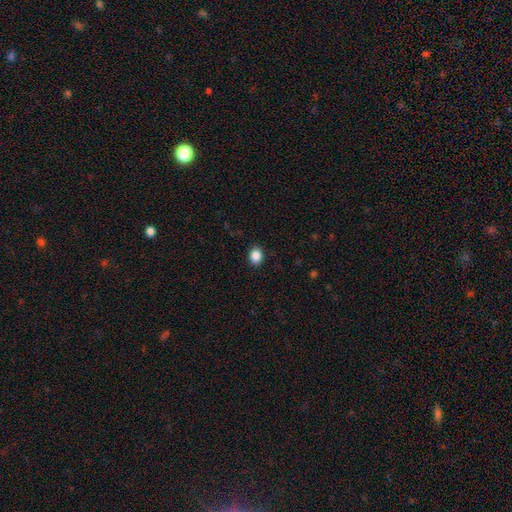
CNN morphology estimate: Overall: smooth (88%). How rounded: in between (54%; round 45%). Merging: none (90%).